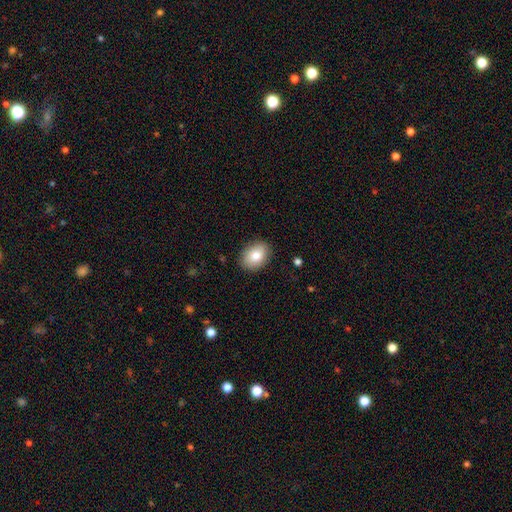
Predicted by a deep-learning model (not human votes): Smooth or featured? smooth (82%)
How rounded? in between (77%)
Merging? none (88%)